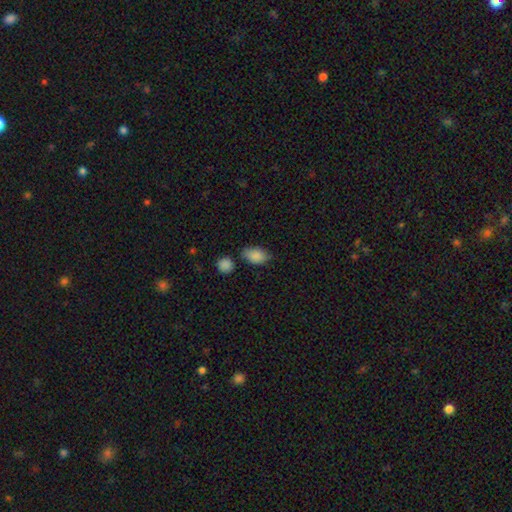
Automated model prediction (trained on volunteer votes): smooth 87%, star or artifact 8%, featured or disk 6%. Down the decision tree: how rounded — in between (88%); merging — none (66%).